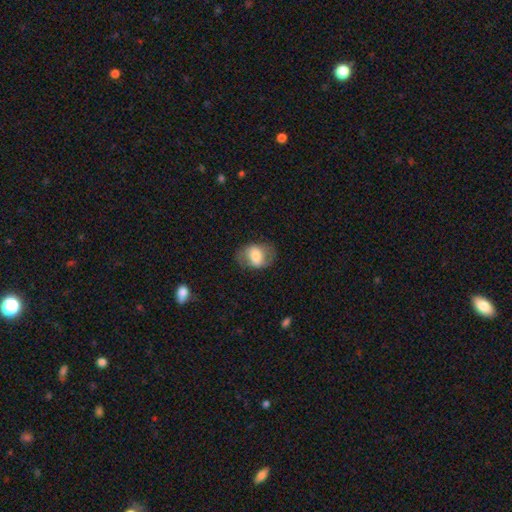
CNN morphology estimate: A smooth galaxy with no disk features (63%) that is in between round and cigar-shaped (72%).

Vote fractions:
- Smooth or featured? smooth: 63% / featured or disk: 29% / star or artifact: 8%
- How rounded? in between: 72% / round: 26% / cigar-shaped: 1%
- Merging? none: 70% / minor disturbance: 19% / major disturbance: 10% / merger: 1%